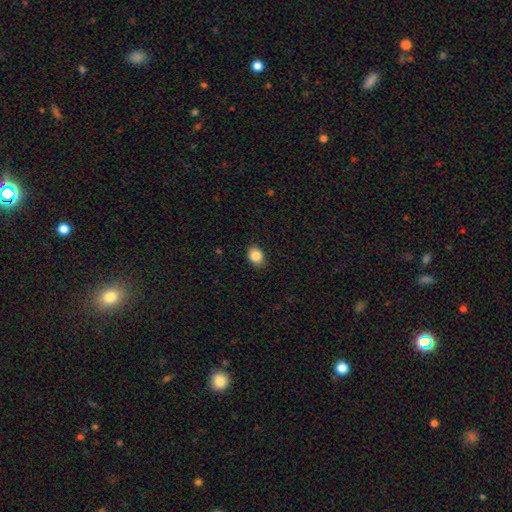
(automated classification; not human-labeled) A smooth galaxy with no disk features (87%) that is in between round and cigar-shaped (55%). Merging: none (85%).